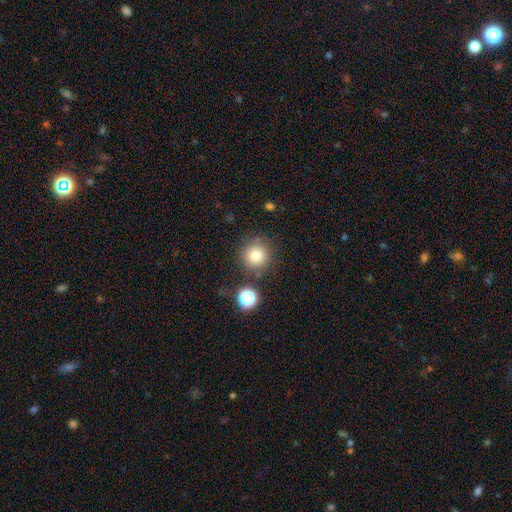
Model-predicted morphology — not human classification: This is likely a smooth galaxy (80%). How rounded: clearly round (94%). Merging: clearly none (81%).